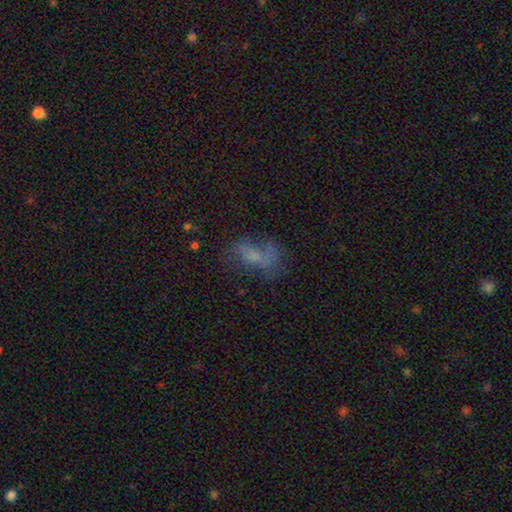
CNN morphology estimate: smooth_or_featured: featured or disk (p=0.45) [alt: smooth p=0.37]
merging: none (p=0.38) [alt: major disturbance p=0.34]